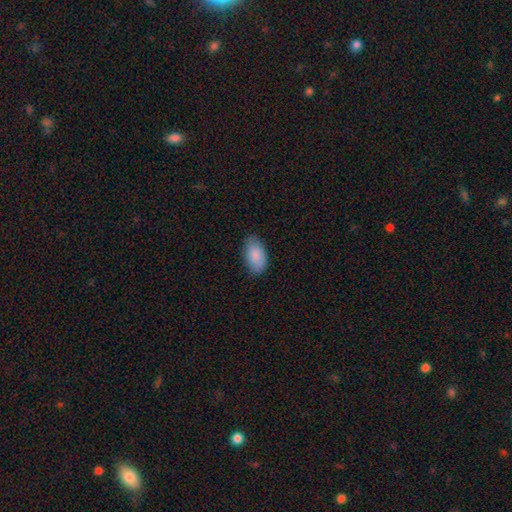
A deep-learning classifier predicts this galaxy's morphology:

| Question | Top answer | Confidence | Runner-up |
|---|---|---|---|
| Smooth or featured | smooth | 88% | star or artifact (6%) |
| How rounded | in between | 95% | round (4%) |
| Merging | none | 82% | minor disturbance (14%) |